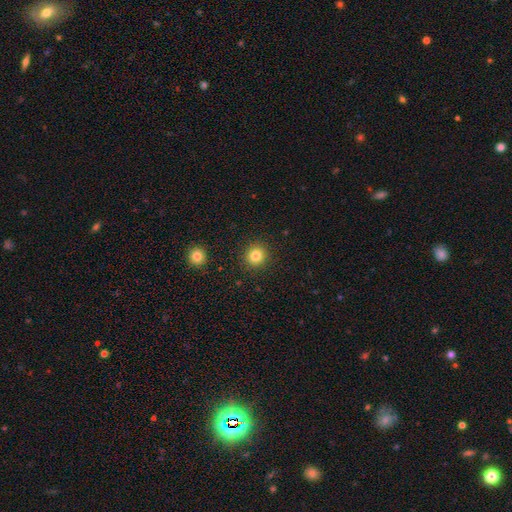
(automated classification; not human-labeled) Q: Smooth or featured?
A: smooth (82%); runner-up: star or artifact (12%)
Q: How rounded?
A: round (90%); runner-up: in between (9%)
Q: Merging?
A: none (90%); runner-up: minor disturbance (6%)